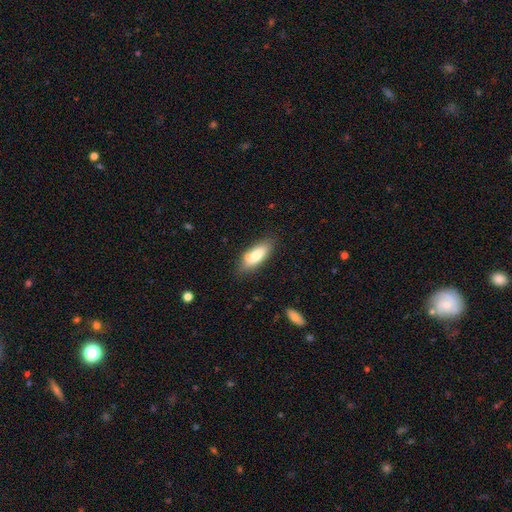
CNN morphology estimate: The model was most divided on "how rounded": in between: 72%, cigar-shaped: 26%, round: 2%. More confident: smooth or featured — smooth (78%); merging — none (77%).